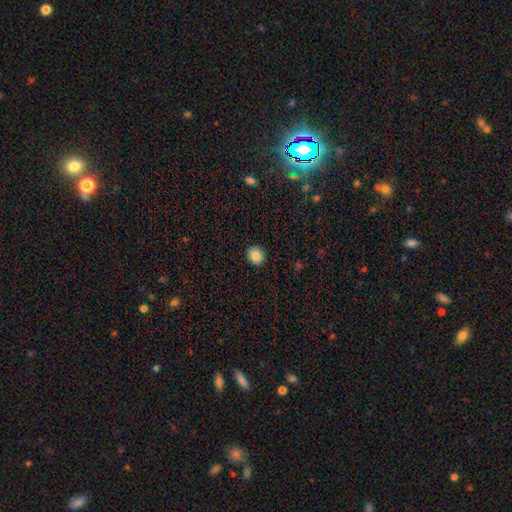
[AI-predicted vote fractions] This appears to be a smooth galaxy with no disk features (84%) that is round (84%). Merging: none (92%).